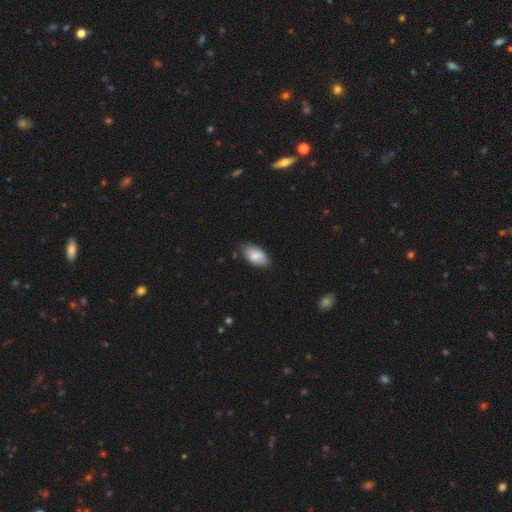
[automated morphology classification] smooth 81%, featured or disk 13%, star or artifact 6%. Down the decision tree: how rounded — in between (94%); merging — none (76%).